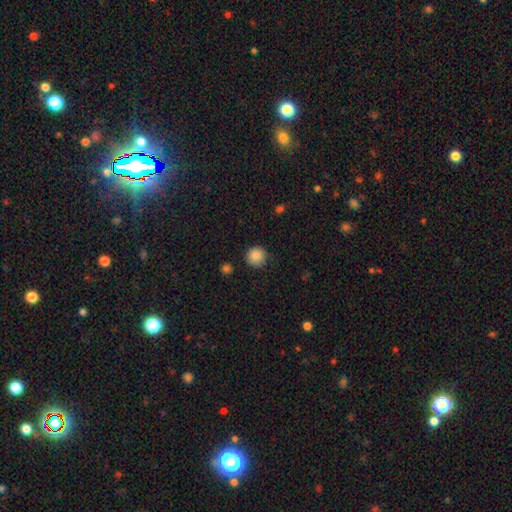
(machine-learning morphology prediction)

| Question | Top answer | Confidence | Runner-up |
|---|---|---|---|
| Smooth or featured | smooth | 86% | star or artifact (9%) |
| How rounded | round | 94% | in between (5%) |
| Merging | none | 87% | minor disturbance (9%) |